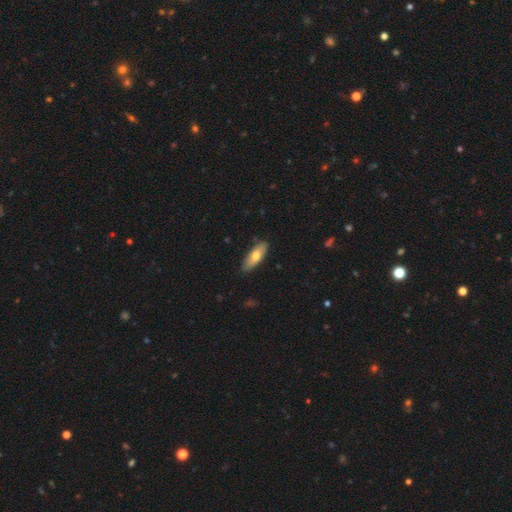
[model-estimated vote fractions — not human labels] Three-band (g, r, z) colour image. It shows a smooth galaxy with no disk features (69%) that is in between round and cigar-shaped (71%). Merging: none (83%).